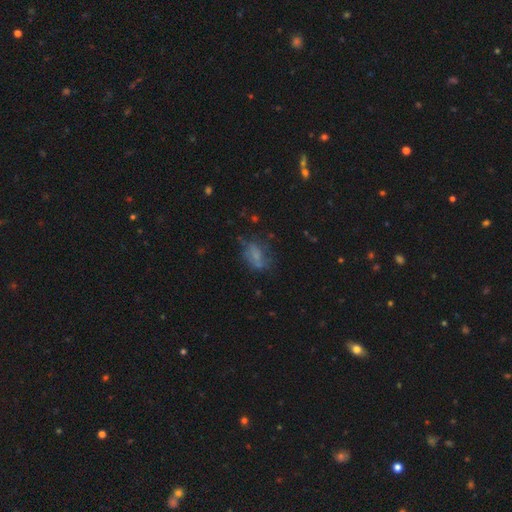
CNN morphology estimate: This appears to be a smooth galaxy with no disk features (56%) that is in between round and cigar-shaped (79%). Merging: none (48%).